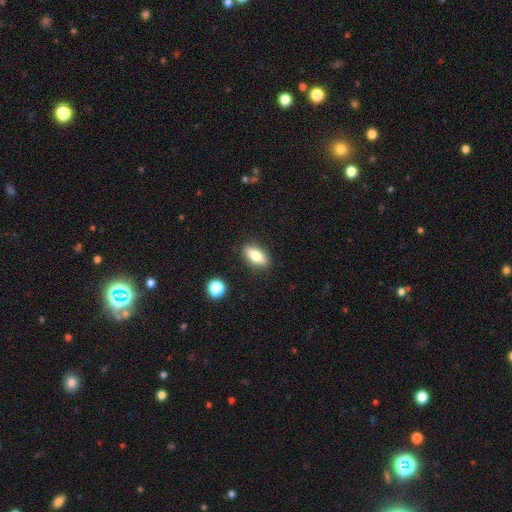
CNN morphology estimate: type=smooth (71%); roundness=in between (77%); merging=none (87%).